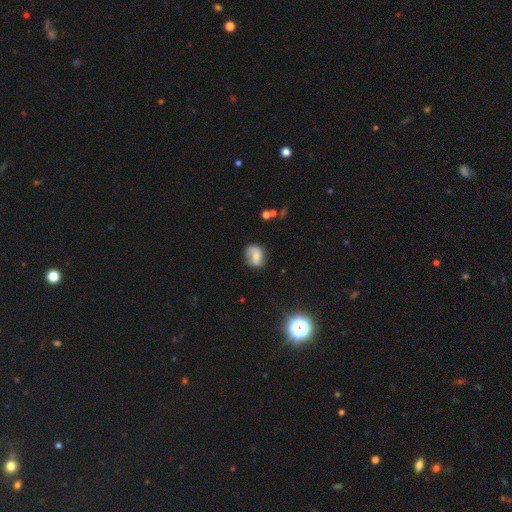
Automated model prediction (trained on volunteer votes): Smooth or featured? smooth (52%)
How rounded? round (52%)
Merging? none (59%)